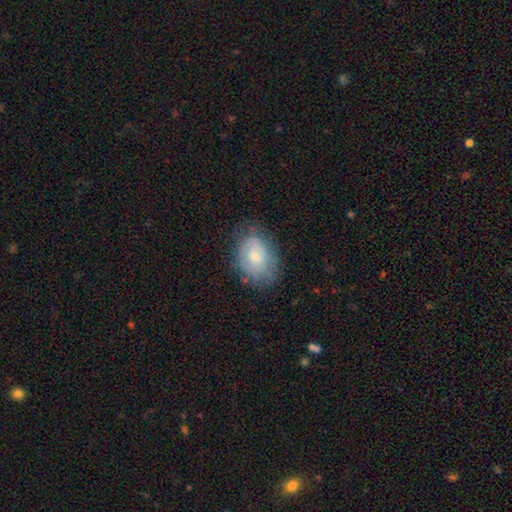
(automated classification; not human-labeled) Smooth or featured?
  - smooth: 62% *
  - featured or disk: 30%
  - star or artifact: 8%
How rounded?
  - in between: 72% *
  - round: 27%
  - cigar-shaped: 1%
Merging?
  - none: 66% *
  - minor disturbance: 25%
  - major disturbance: 8%
  - merger: 1%